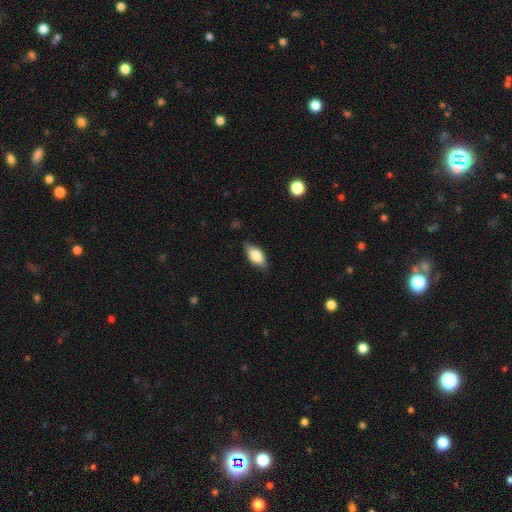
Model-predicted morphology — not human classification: Q: Smooth or featured?
A: smooth (72%); runner-up: featured or disk (21%)
Q: How rounded?
A: in between (87%); runner-up: cigar-shaped (9%)
Q: Merging?
A: none (81%); runner-up: minor disturbance (15%)